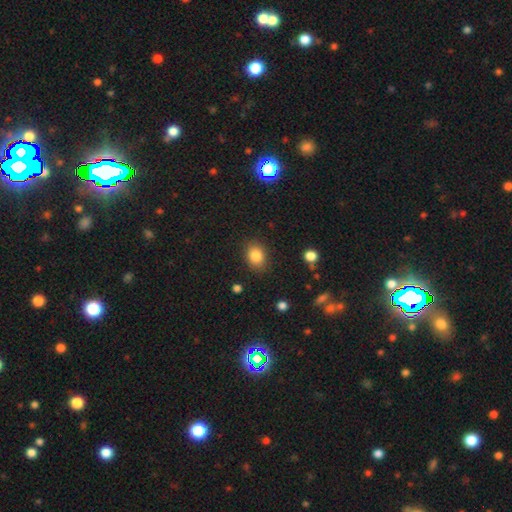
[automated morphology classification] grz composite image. It shows a smooth galaxy with no disk features (84%) that is in between round and cigar-shaped (52%). Merging: none (85%).